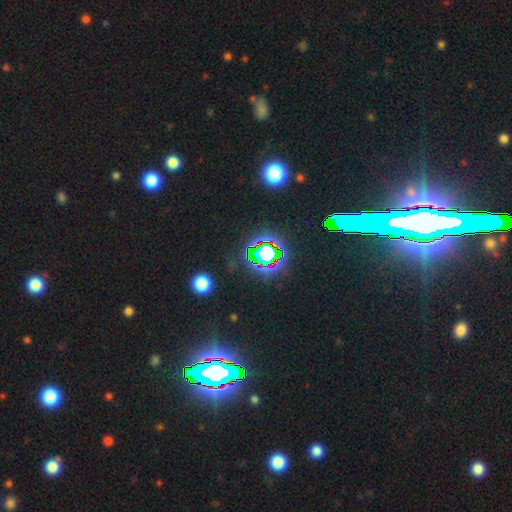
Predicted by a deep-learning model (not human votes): A star or artifact, not a galaxy (80%).